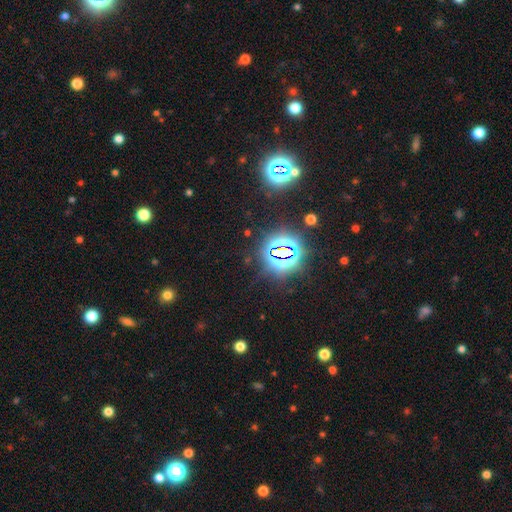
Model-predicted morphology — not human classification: type=star or artifact (82%).